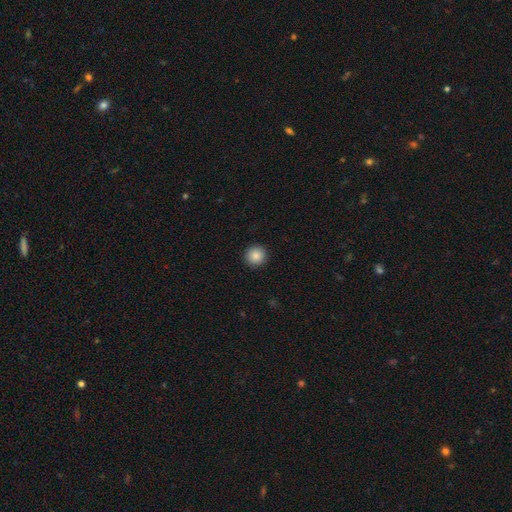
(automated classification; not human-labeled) smooth-or-featured: smooth: 87% | star or artifact: 9% | featured or disk: 4%
  how-rounded: round: 95% | in between: 4% | cigar-shaped: 1%
  merging: none: 93% | minor disturbance: 5% | major disturbance: 2% | merger: 1%